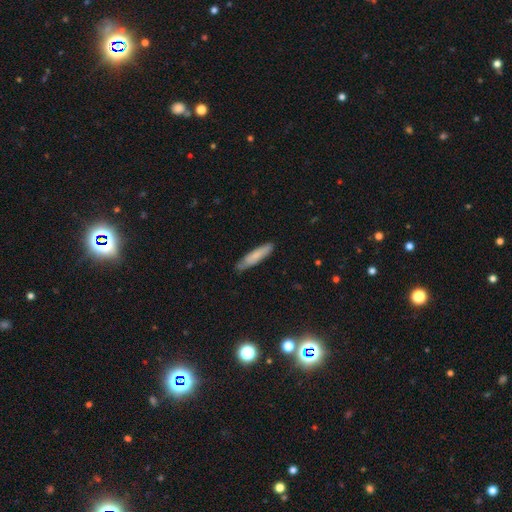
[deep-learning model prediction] The model was most divided on "smooth or featured": smooth: 76%, featured or disk: 18%, star or artifact: 6%. More confident: how rounded — cigar-shaped (83%); merging — none (81%).